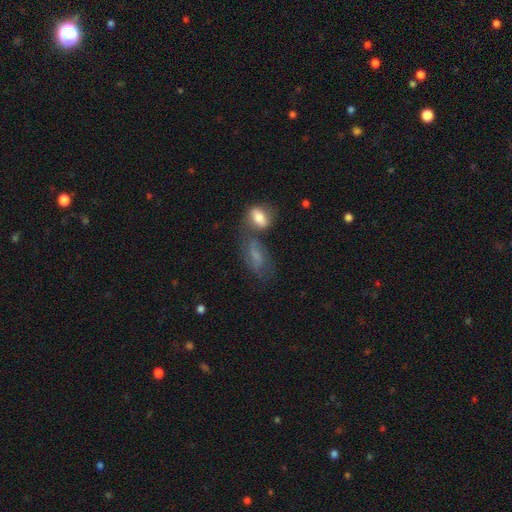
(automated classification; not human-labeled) Smooth or featured? smooth (47%)
Merging? none (39%)